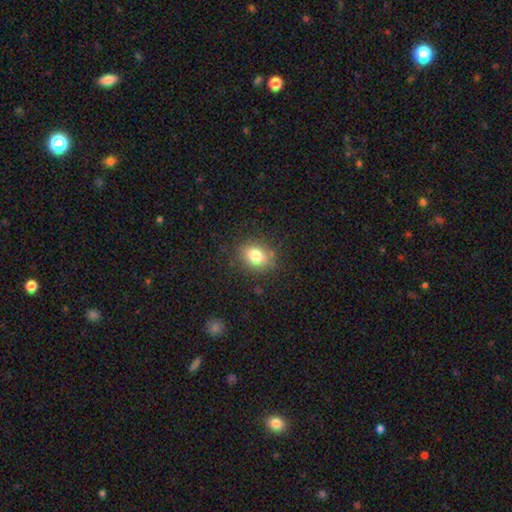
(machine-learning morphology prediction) type=smooth (78%); roundness=in between (54%); merging=none (80%).